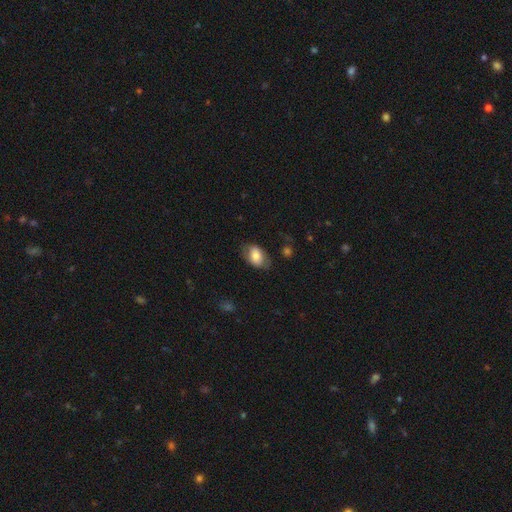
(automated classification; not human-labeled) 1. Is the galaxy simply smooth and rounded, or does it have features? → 75% smooth, 18% featured or disk, 7% star or artifact.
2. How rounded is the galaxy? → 87% in between, 12% round, 1% cigar-shaped.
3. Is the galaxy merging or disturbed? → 69% none, 21% minor disturbance, 8% major disturbance, 2% merger.